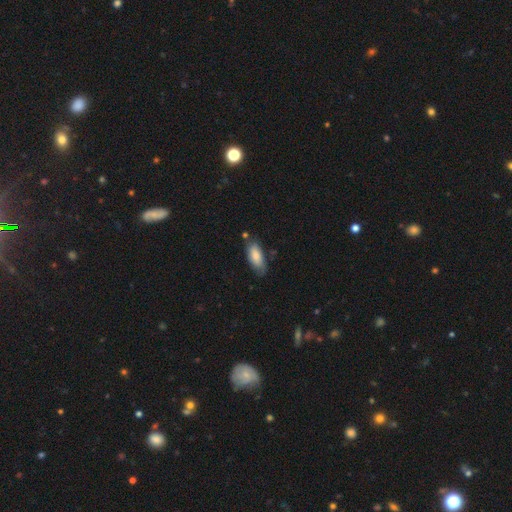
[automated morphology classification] A smooth galaxy with no disk features (81%) that is in between round and cigar-shaped (83%).

Vote fractions:
- Smooth or featured? smooth: 81% / featured or disk: 13% / star or artifact: 6%
- How rounded? in between: 83% / cigar-shaped: 15% / round: 2%
- Merging? none: 66% / minor disturbance: 25% / major disturbance: 5% / merger: 5%